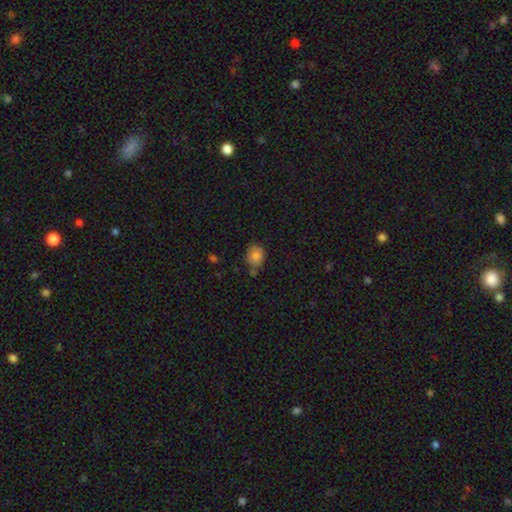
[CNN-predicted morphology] This appears to be a smooth galaxy with no disk features (83%) that is round (67%). Merging: none (61%).